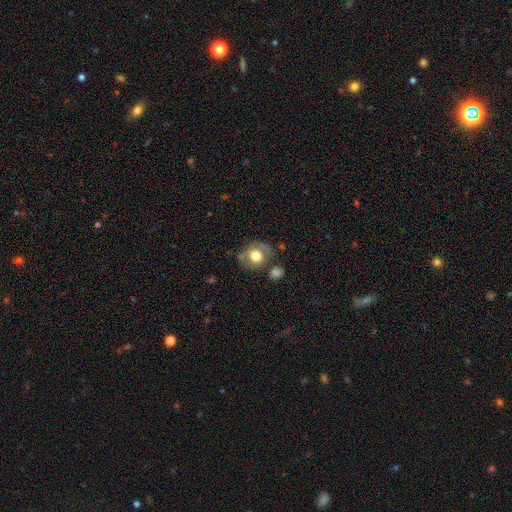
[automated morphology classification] A smooth galaxy with no disk features (61%) that is round (71%). Merging: none (64%).